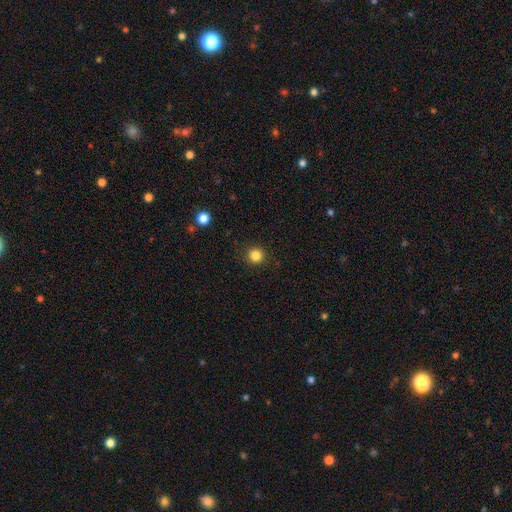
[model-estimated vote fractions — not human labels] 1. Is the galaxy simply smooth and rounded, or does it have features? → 84% smooth, 12% star or artifact, 4% featured or disk.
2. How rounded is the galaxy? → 95% round, 5% in between, 1% cigar-shaped.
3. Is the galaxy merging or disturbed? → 91% none, 6% minor disturbance, 2% major disturbance, 1% merger.